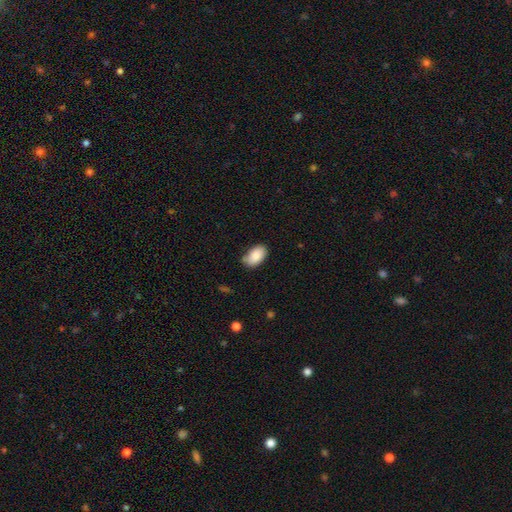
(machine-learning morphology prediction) smooth-or-featured: smooth: 87% | featured or disk: 7% | star or artifact: 6%
  how-rounded: in between: 93% | round: 5% | cigar-shaped: 1%
  merging: none: 72% | minor disturbance: 23% | major disturbance: 4% | merger: 2%